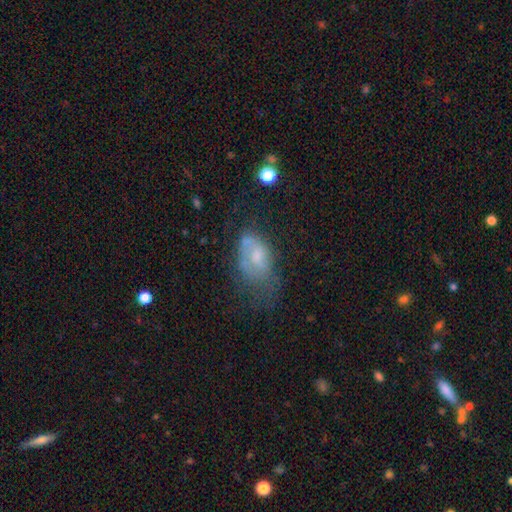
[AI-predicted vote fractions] Overall: smooth (46%; featured or disk 43%). Merging: major disturbance (32%; none 31%).